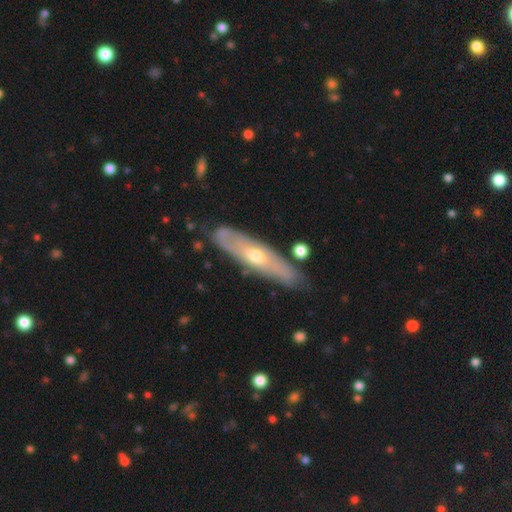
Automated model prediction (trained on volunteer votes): Q: Smooth or featured?
A: featured or disk (65%); runner-up: smooth (29%)
Q: Edge-on disk?
A: no (51%); runner-up: yes (49%)
Q: Merging?
A: none (79%); runner-up: minor disturbance (15%)